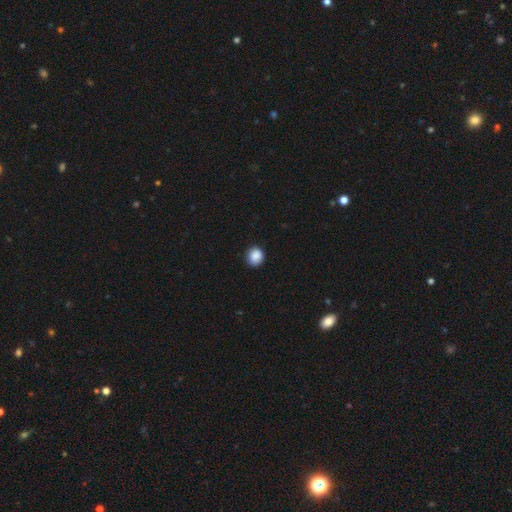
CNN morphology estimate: smooth 88%, star or artifact 9%, featured or disk 3%. Down the decision tree: how rounded — round (79%); merging — none (87%).